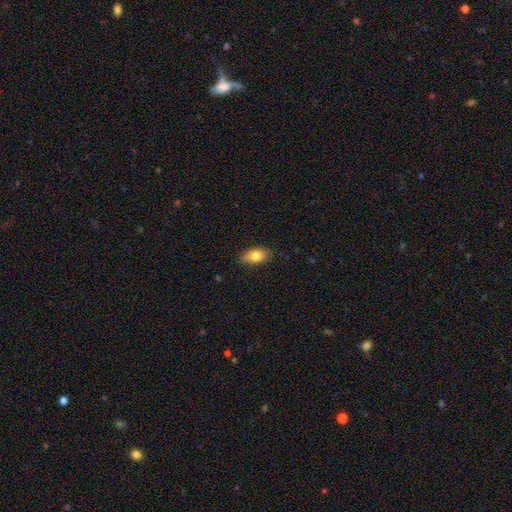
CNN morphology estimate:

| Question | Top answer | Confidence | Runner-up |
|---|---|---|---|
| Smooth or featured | smooth | 78% | featured or disk (14%) |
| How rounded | in between | 87% | round (7%) |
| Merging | none | 82% | minor disturbance (14%) |